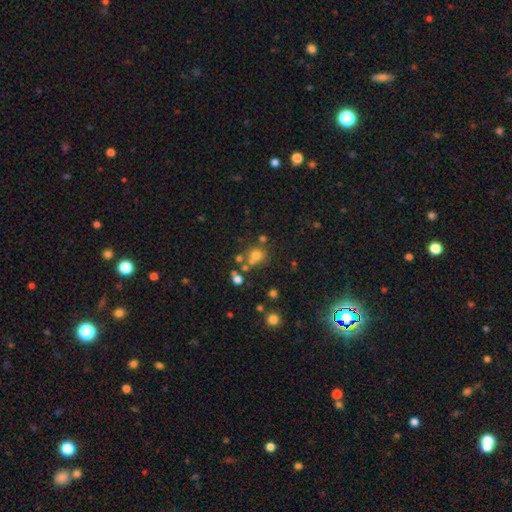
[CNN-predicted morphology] This appears to be a smooth galaxy with no disk features (70%) that is round (80%). Merging: none (56%).